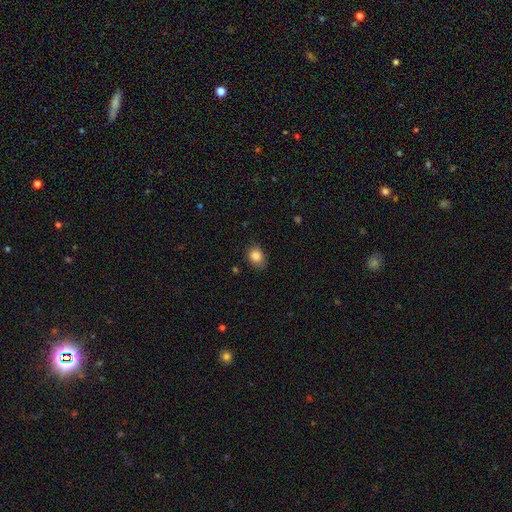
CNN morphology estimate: Smooth or featured?
  - smooth: 86% *
  - star or artifact: 9%
  - featured or disk: 5%
How rounded?
  - in between: 56% *
  - round: 43%
  - cigar-shaped: 1%
Merging?
  - none: 73% *
  - minor disturbance: 21%
  - major disturbance: 4%
  - merger: 1%